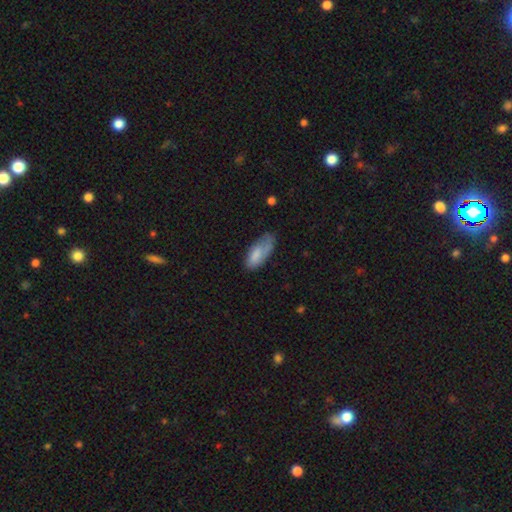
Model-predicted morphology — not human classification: A smooth galaxy with no disk features (74%) that is in between round and cigar-shaped (82%).

Vote fractions:
- Smooth or featured? smooth: 74% / featured or disk: 20% / star or artifact: 7%
- How rounded? in between: 82% / cigar-shaped: 16% / round: 2%
- Merging? none: 47% / minor disturbance: 34% / major disturbance: 16% / merger: 3%